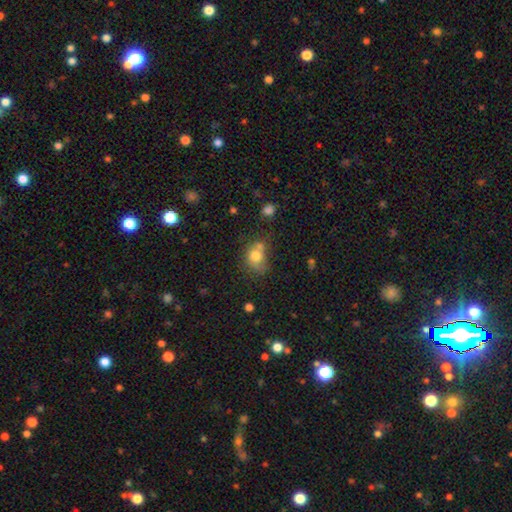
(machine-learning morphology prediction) This is likely a smooth galaxy (74%). How rounded: possibly round (54%). Merging: marginally none (39%).